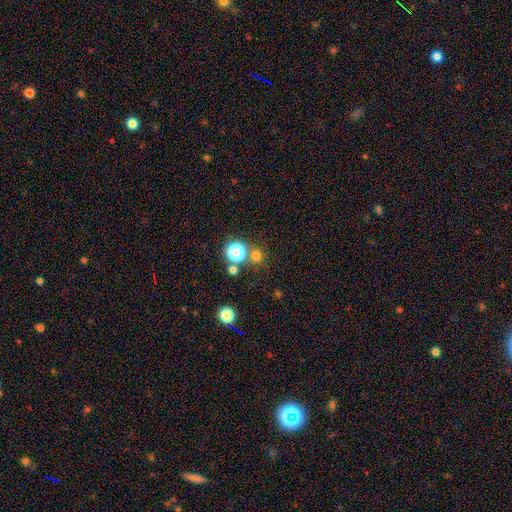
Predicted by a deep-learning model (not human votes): smooth_or_featured: smooth (p=0.65) [alt: star or artifact p=0.29]
how_rounded: round (p=0.89) [alt: in between p=0.10]
merging: none (p=0.74) [alt: merger p=0.15]